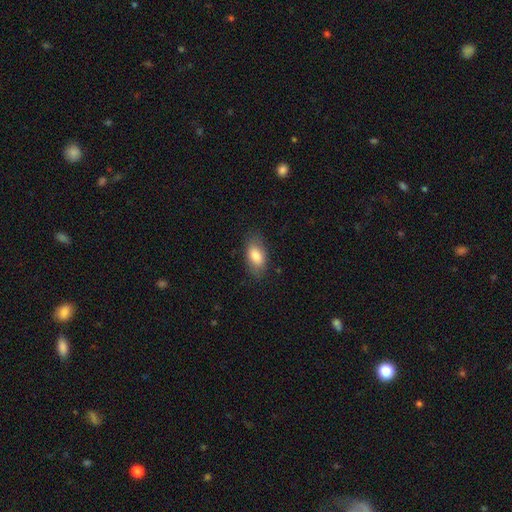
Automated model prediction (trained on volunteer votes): Smooth or featured? smooth (82%)
How rounded? in between (91%)
Merging? none (78%)